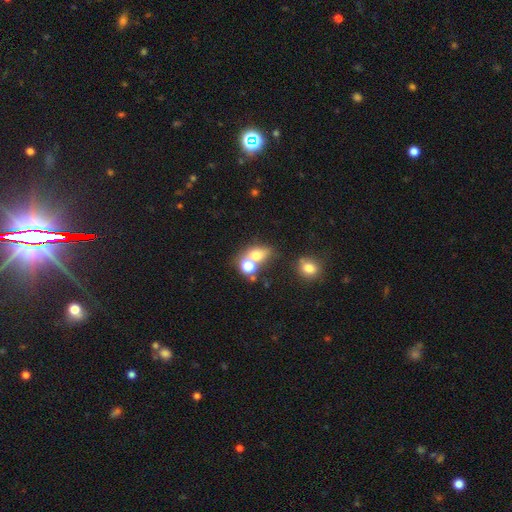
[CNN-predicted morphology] Overall: smooth (67%). How rounded: in between (49%, tied with round). Merging: merger (47%; none 37%).